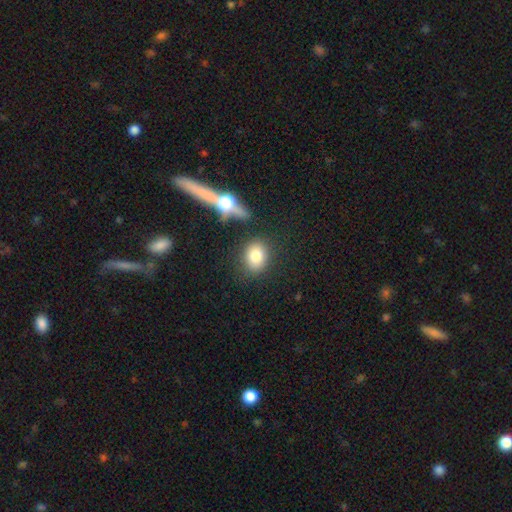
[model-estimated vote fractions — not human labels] Overall: smooth (80%). How rounded: in between (49%, tied with round). Merging: none (78%).